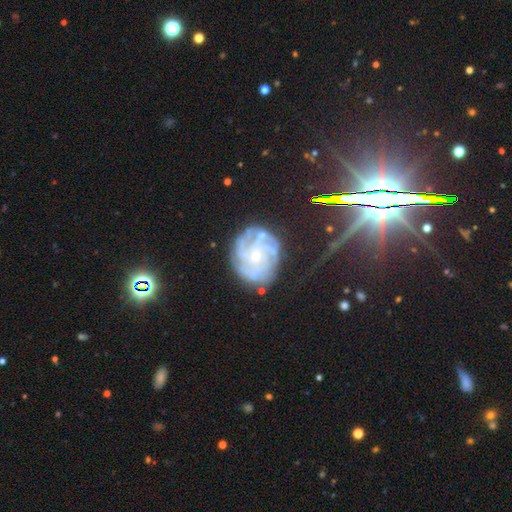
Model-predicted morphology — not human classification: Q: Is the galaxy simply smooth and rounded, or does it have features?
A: featured or disk — 80%.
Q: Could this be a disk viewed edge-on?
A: no — 97%.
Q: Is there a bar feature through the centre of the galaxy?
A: no — 73%.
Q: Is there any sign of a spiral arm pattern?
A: yes — 95%.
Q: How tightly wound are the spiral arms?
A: tight — 63%.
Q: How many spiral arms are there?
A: can't tell — 27%, tied with 4.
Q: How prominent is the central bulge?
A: small — 74%.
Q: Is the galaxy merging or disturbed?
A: none — 75%.